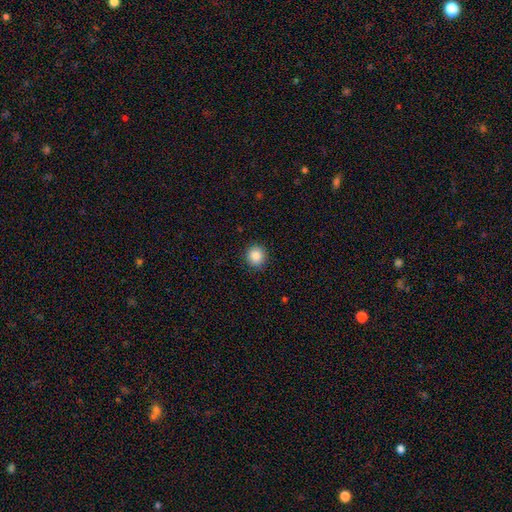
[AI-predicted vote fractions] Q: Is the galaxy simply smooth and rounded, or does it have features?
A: smooth — 87%.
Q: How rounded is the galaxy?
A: round — 92%.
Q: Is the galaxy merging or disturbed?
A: none — 91%.